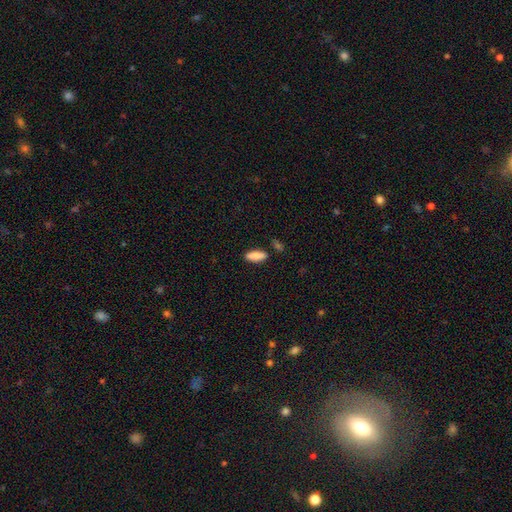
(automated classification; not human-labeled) Smooth or featured?
  - smooth: 86% *
  - featured or disk: 8%
  - star or artifact: 6%
How rounded?
  - in between: 60% *
  - cigar-shaped: 38%
  - round: 2%
Merging?
  - none: 83% *
  - minor disturbance: 10%
  - merger: 4%
  - major disturbance: 2%